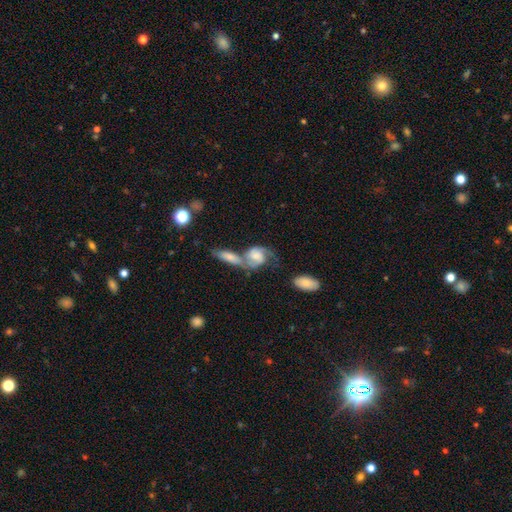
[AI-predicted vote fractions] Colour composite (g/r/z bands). It shows a featured or disk galaxy (75%) with no bar (54%), 2 (86%) medium (49%) spiral arms (93%) and a moderate central bulge (36%). Merging: merger (55%).